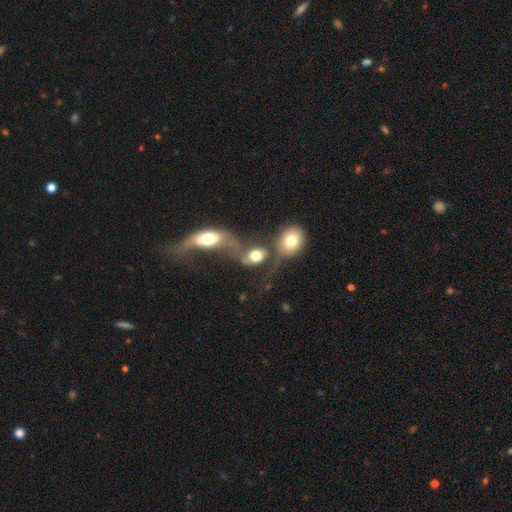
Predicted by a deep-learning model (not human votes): The model was most divided on "how rounded": in between: 62%, round: 35%, cigar-shaped: 3%. More confident: smooth or featured — smooth (64%); merging — merger (53%).